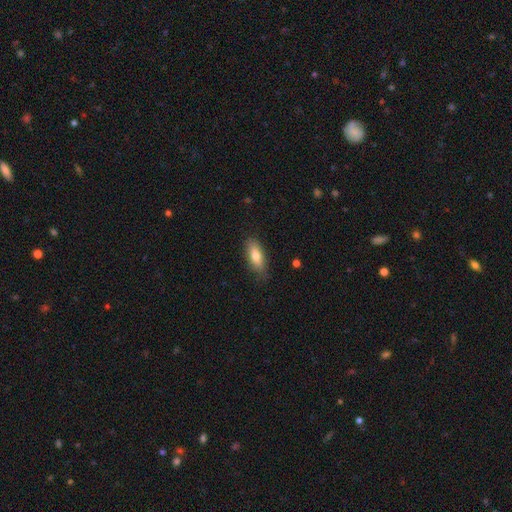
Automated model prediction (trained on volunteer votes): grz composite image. It shows a smooth galaxy with no disk features (76%) that is in between round and cigar-shaped (74%). Merging: none (80%).